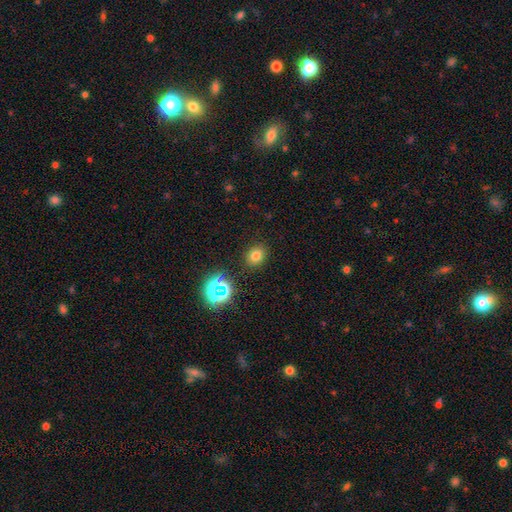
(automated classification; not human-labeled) The model was most divided on "how rounded": round: 68%, in between: 31%, cigar-shaped: 1%. More confident: merging — none (88%); smooth or featured — smooth (73%).